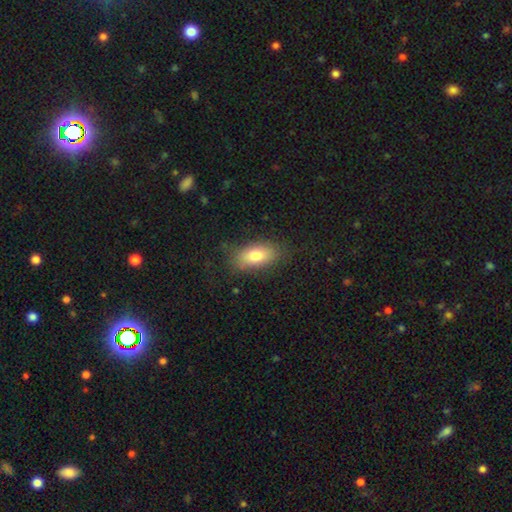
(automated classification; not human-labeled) smooth-or-featured: smooth: 79% | featured or disk: 14% | star or artifact: 8%
  how-rounded: in between: 89% | cigar-shaped: 6% | round: 5%
  merging: none: 77% | minor disturbance: 16% | major disturbance: 6% | merger: 1%